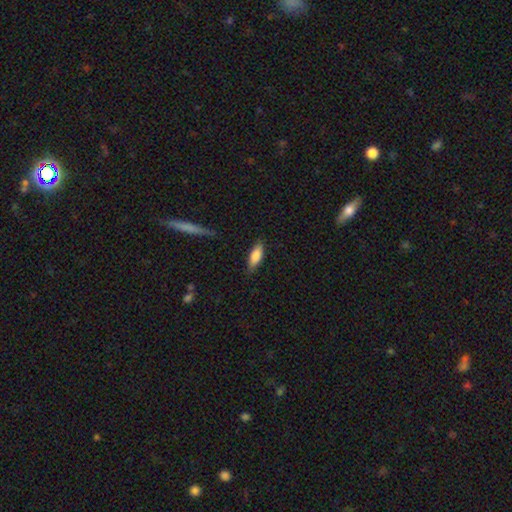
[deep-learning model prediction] This is clearly a smooth galaxy (81%). How rounded: likely in between (65%). Merging: clearly none (81%).